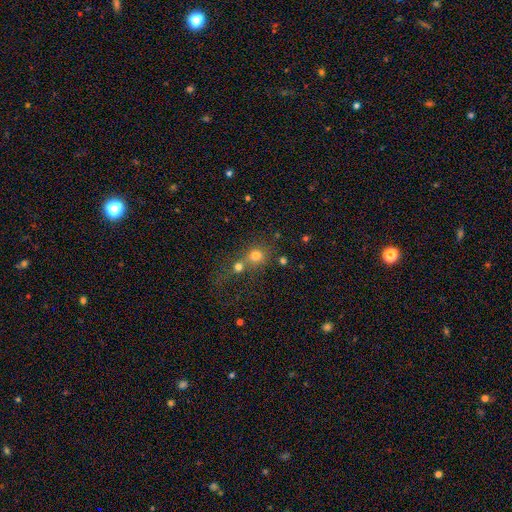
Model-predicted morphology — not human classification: Smooth or featured? Predicted: smooth (p=0.73). How rounded? Predicted: round (p=0.83). Merging? Predicted: none (p=0.44).